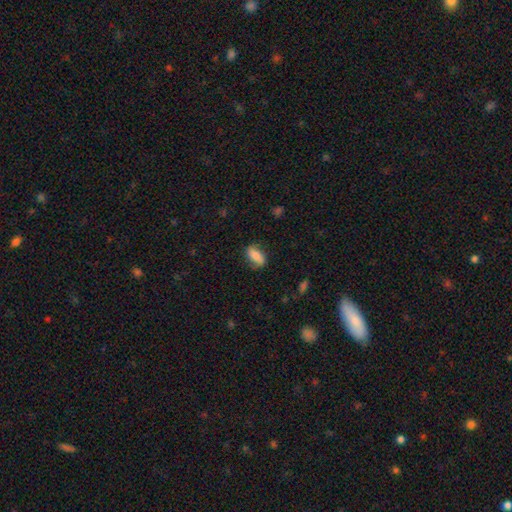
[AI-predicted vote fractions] Smooth or featured? Predicted: smooth (p=0.77). How rounded? Predicted: in between (p=0.83). Merging? Predicted: none (p=0.76).